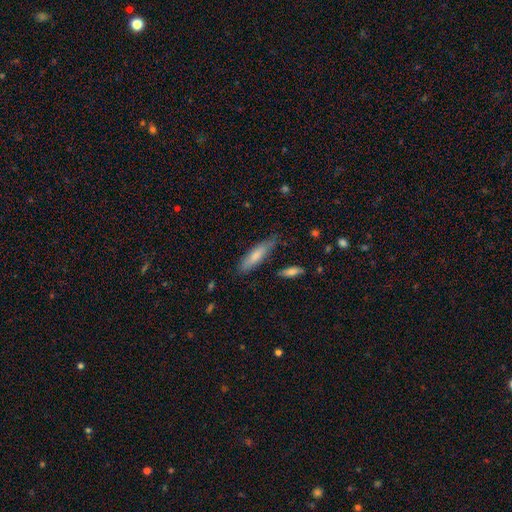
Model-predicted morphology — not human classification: A smooth galaxy with no disk features (72%) that is cigar-shaped (66%).

Vote fractions:
- Smooth or featured? smooth: 72% / featured or disk: 22% / star or artifact: 6%
- How rounded? cigar-shaped: 66% / in between: 32% / round: 2%
- Merging? none: 72% / minor disturbance: 21% / major disturbance: 4% / merger: 3%